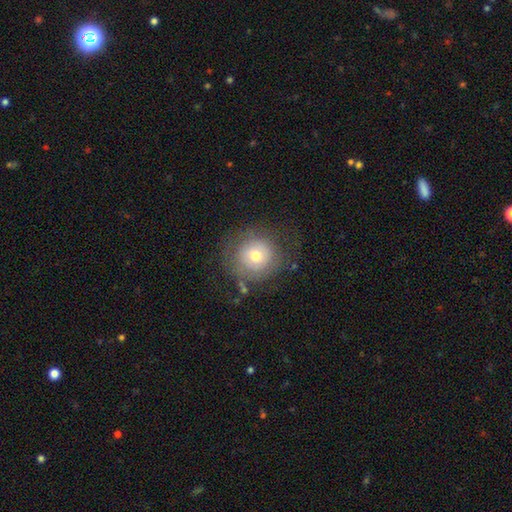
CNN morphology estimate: The model was most divided on "smooth or featured": smooth: 61%, featured or disk: 29%, star or artifact: 10%. More confident: how rounded — round (92%); merging — none (71%).